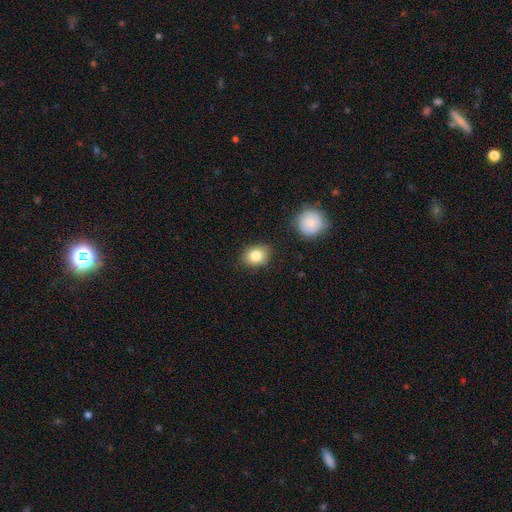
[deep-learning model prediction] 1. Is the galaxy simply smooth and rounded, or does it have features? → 82% smooth, 9% star or artifact, 8% featured or disk.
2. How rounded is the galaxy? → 51% round, 48% in between, 1% cigar-shaped.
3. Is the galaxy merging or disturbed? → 80% none, 14% minor disturbance, 3% major disturbance, 2% merger.